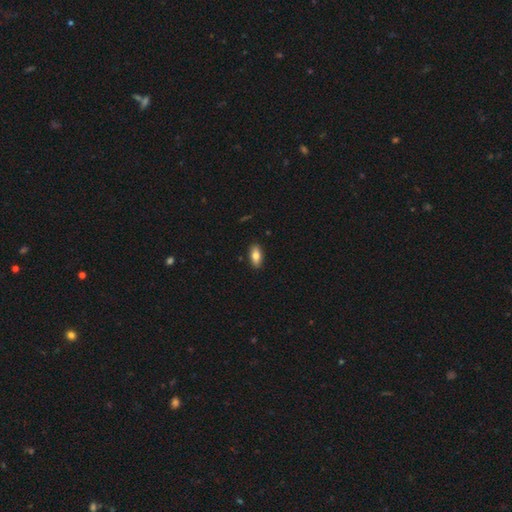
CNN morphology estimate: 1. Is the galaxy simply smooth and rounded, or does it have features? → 79% smooth, 14% featured or disk, 7% star or artifact.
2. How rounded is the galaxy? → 87% in between, 10% cigar-shaped, 3% round.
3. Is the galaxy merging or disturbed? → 89% none, 8% minor disturbance, 2% major disturbance, 1% merger.